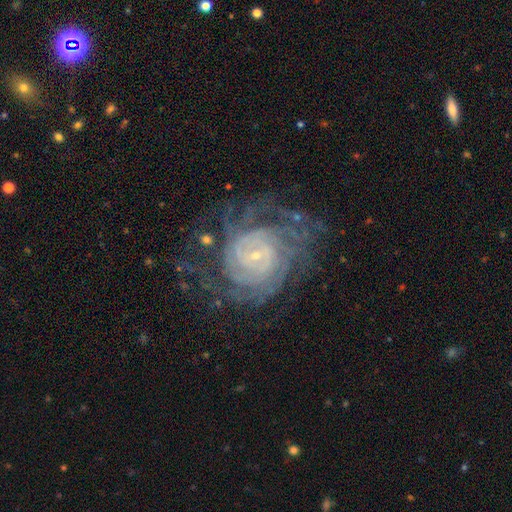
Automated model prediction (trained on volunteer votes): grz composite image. It shows a featured or disk galaxy (88%) with no bar (57%), tight (77%) spiral arms (97%) and a small central bulge (86%). Merging: none (65%).